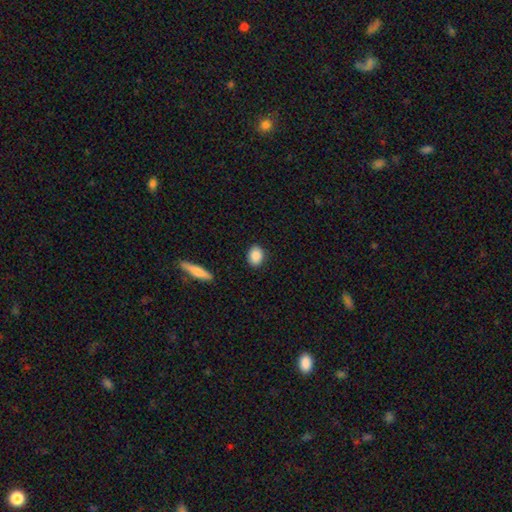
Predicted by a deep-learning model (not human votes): This appears to be a smooth galaxy with no disk features (88%) that is in between round and cigar-shaped (66%). Merging: none (88%).